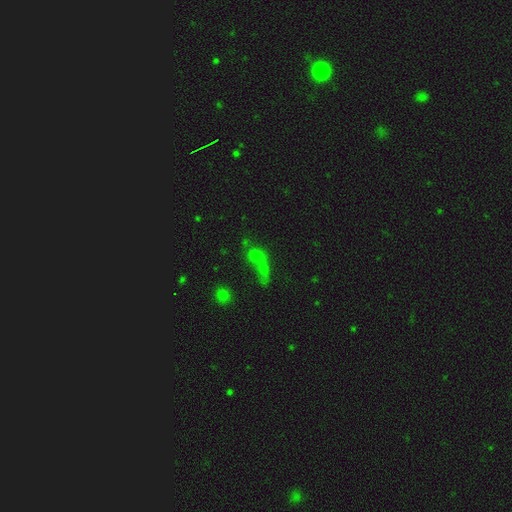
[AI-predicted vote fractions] Smooth or featured: smooth — 62% (star or artifact — 23%)
How rounded: round — 65% (in between — 30%)
Merging: merger — 61% (none — 26%)